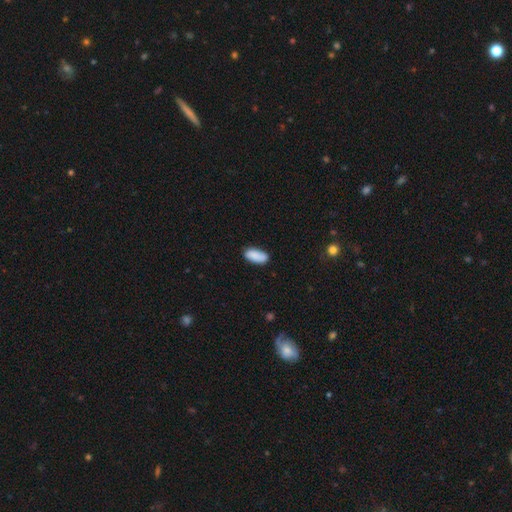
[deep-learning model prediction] Morphology: type=smooth (88%); roundness=in between (88%); merging=none (82%).